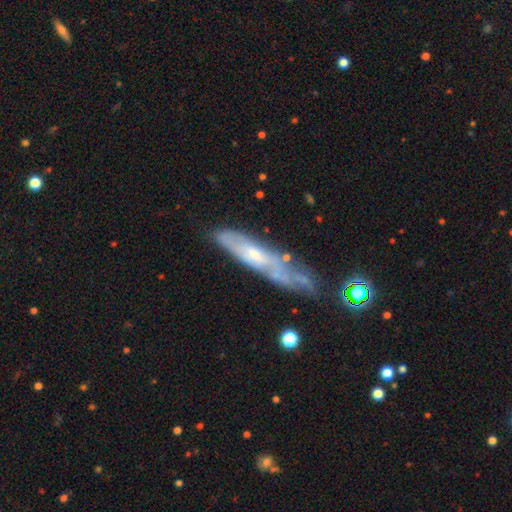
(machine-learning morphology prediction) A featured or disk galaxy (60%). Merging: none (49%).